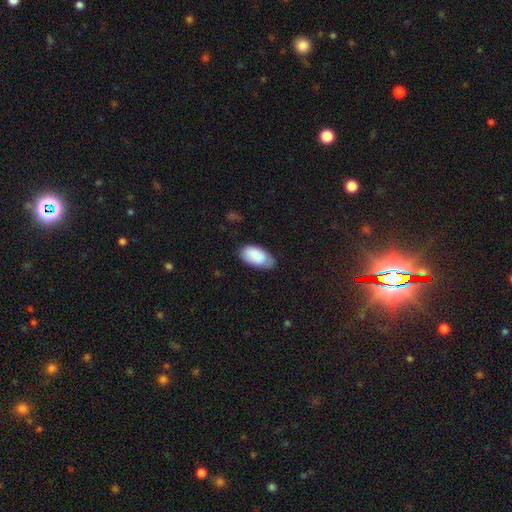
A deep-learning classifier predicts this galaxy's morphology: The model was most divided on "merging": none: 67%, minor disturbance: 27%, major disturbance: 5%, merger: 1%. More confident: how rounded — in between (95%); smooth or featured — smooth (87%).